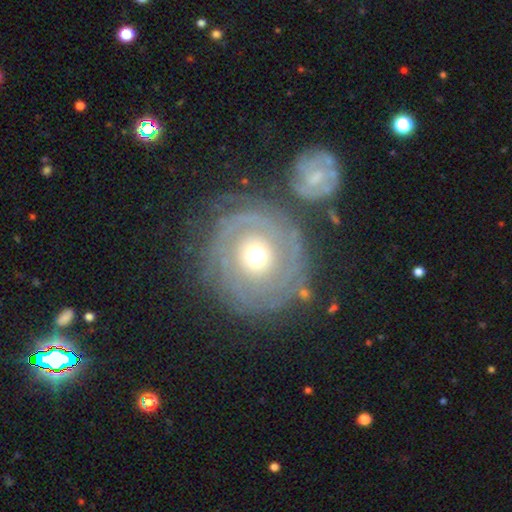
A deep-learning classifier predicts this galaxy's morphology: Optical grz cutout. It shows a featured or disk galaxy (77%) with no bar (84%), tight (78%) spiral arms (81%) and a moderate central bulge (70%). Merging: none (71%).